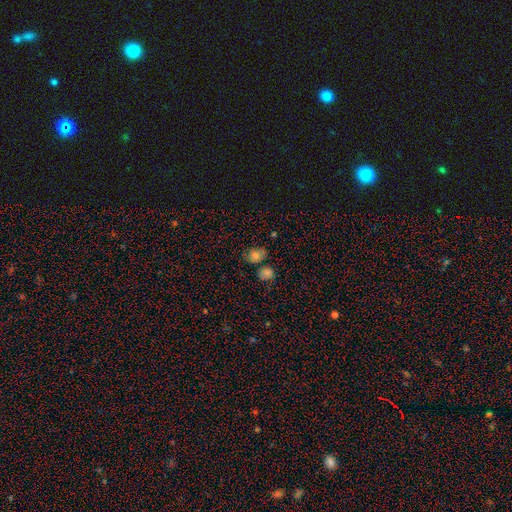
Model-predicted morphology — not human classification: Q: Smooth or featured?
A: smooth (70%); runner-up: star or artifact (16%)
Q: How rounded?
A: in between (55%); runner-up: round (44%)
Q: Merging?
A: none (61%); runner-up: minor disturbance (21%)